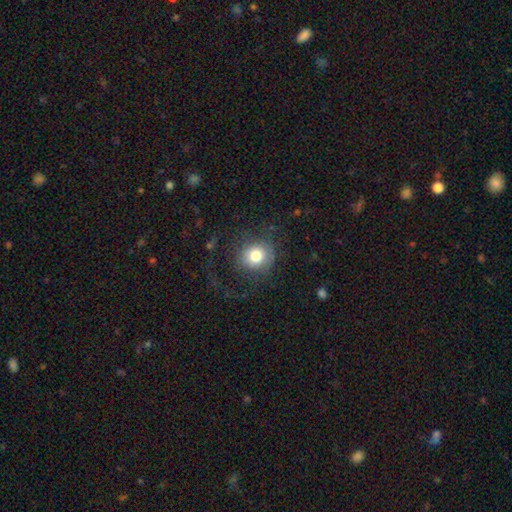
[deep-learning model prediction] Morphology: type=smooth (74%); roundness=round (82%); merging=none (63%).